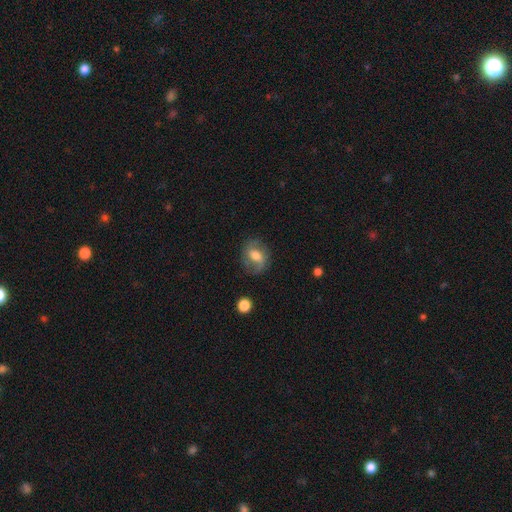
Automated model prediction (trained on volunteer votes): This is possibly a featured or disk galaxy (52%). It is clearly not viewed edge-on (96%). Merging: likely none (71%).